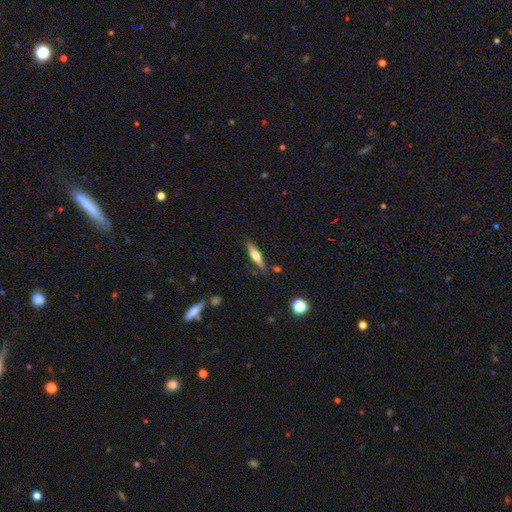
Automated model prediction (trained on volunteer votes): Smooth or featured? Predicted: featured or disk (p=0.49). Merging? Predicted: none (p=0.81).